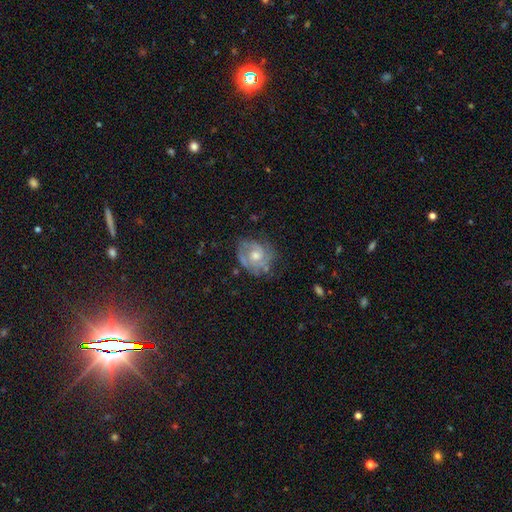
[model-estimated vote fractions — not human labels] A featured or disk galaxy (73%) with no bar (75%), 2 (40%) tight (56%) spiral arms (85%) and a moderate central bulge (68%). Merging: none (66%).